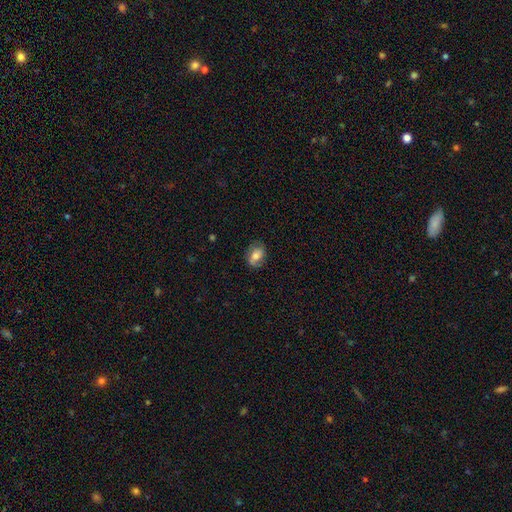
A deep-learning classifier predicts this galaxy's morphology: smooth 59%, featured or disk 32%, star or artifact 9%. Down the decision tree: how rounded — in between (74%); merging — none (73%).